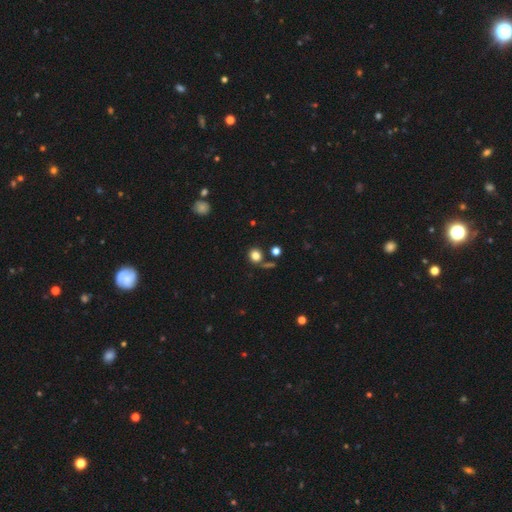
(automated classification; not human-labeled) Smooth or featured? smooth (81%)
How rounded? round (83%)
Merging? none (75%)